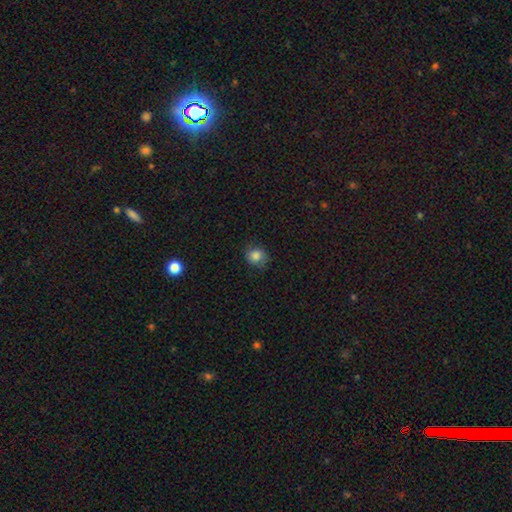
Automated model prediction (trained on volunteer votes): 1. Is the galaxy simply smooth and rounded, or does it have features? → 84% smooth, 10% star or artifact, 6% featured or disk.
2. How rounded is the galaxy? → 75% round, 24% in between, 1% cigar-shaped.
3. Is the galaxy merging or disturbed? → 74% none, 20% minor disturbance, 5% major disturbance, 1% merger.